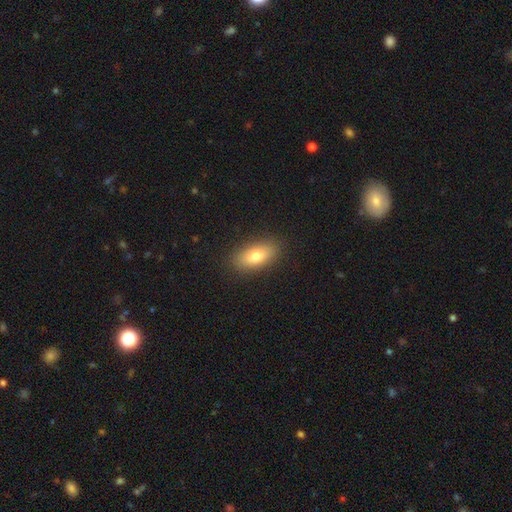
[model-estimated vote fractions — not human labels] Smooth or featured? Predicted: smooth (p=0.76). How rounded? Predicted: in between (p=0.84). Merging? Predicted: none (p=0.88).